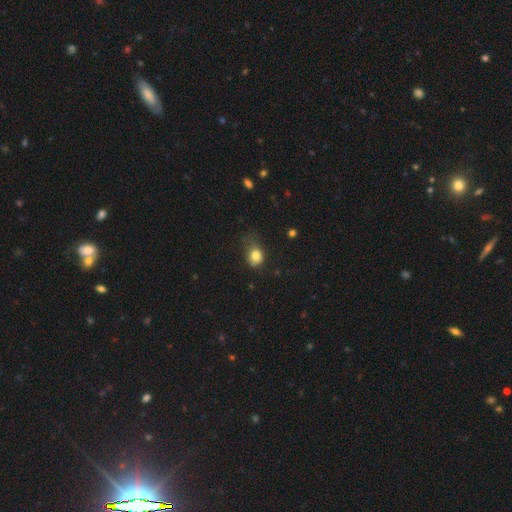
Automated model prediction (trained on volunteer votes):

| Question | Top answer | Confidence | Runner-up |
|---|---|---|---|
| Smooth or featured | smooth | 81% | star or artifact (11%) |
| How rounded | round | 53% | in between (46%) |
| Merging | none | 39% | minor disturbance (37%) |